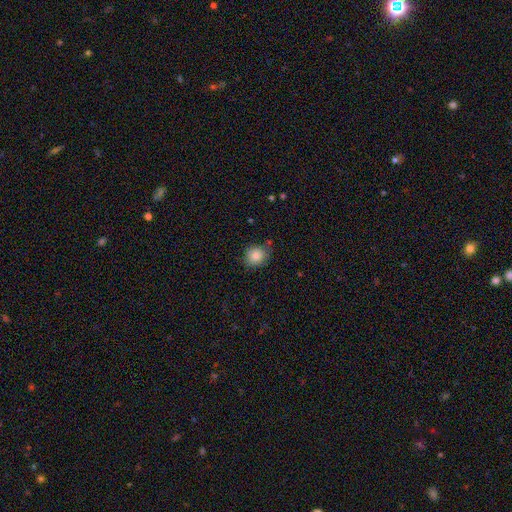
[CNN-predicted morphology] A smooth galaxy with no disk features (86%) that is round (71%).

Vote fractions:
- Smooth or featured? smooth: 86% / star or artifact: 9% / featured or disk: 5%
- How rounded? round: 71% / in between: 28% / cigar-shaped: 1%
- Merging? none: 75% / minor disturbance: 19% / major disturbance: 4% / merger: 3%